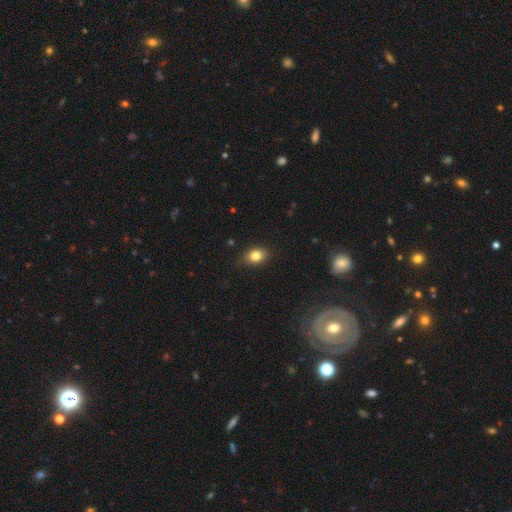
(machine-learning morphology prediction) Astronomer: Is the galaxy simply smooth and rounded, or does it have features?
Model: smooth — 82%.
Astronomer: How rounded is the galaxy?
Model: in between — 57% (runner-up: round, 42%).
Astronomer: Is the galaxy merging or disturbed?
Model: none — 82%.